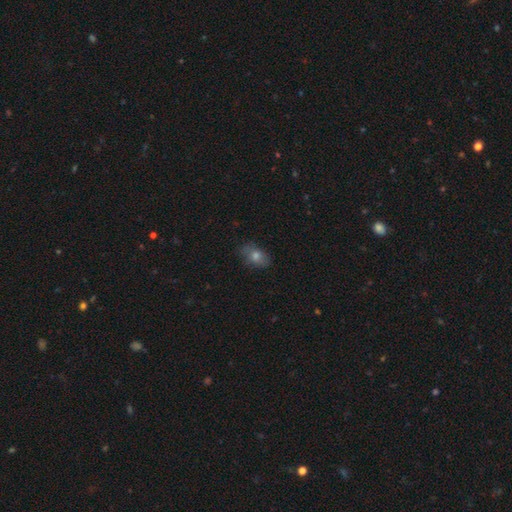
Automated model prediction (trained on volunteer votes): A smooth galaxy with no disk features (71%) that is in between round and cigar-shaped (82%). Merging: none (79%).